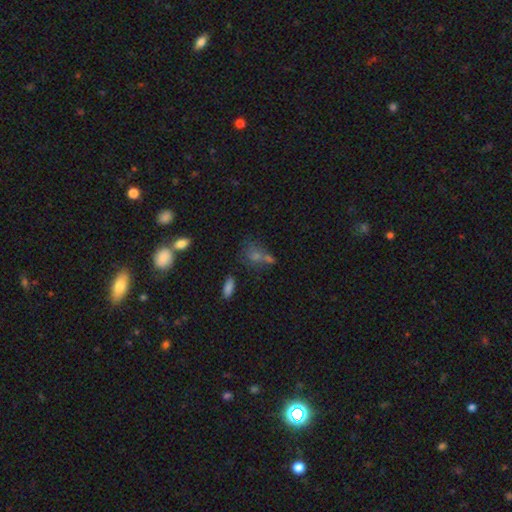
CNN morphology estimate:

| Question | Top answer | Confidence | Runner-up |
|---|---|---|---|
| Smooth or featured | smooth | 56% | star or artifact (27%) |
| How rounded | round | 48% | in between (47%) |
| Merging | none | 45% | merger (31%) |